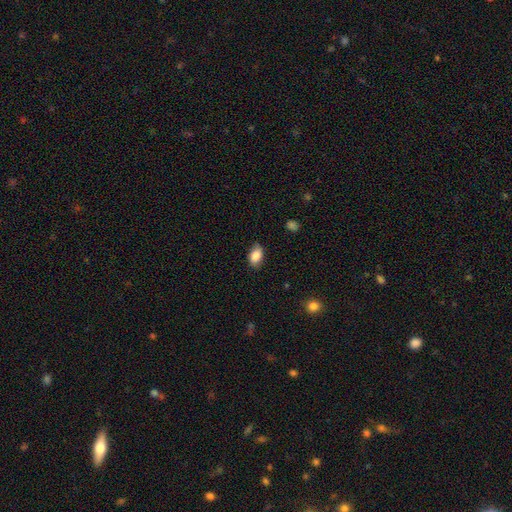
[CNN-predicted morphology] A smooth galaxy with no disk features (85%) that is in between round and cigar-shaped (88%).

Vote fractions:
- Smooth or featured? smooth: 85% / featured or disk: 8% / star or artifact: 7%
- How rounded? in between: 88% / round: 10% / cigar-shaped: 2%
- Merging? none: 74% / minor disturbance: 21% / major disturbance: 4% / merger: 1%